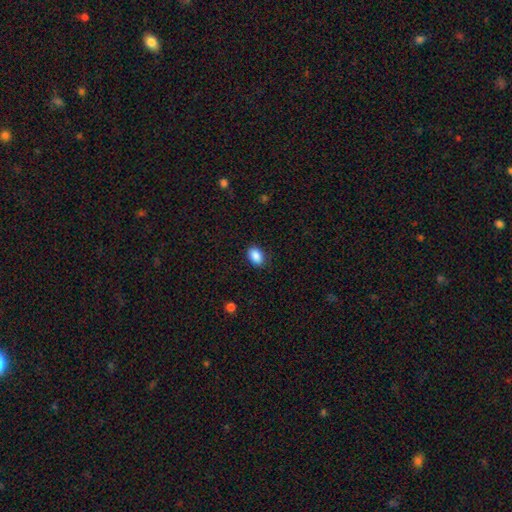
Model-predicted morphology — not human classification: Smooth or featured: smooth — 89% (star or artifact — 8%)
How rounded: in between — 85% (round — 14%)
Merging: none — 86% (minor disturbance — 10%)